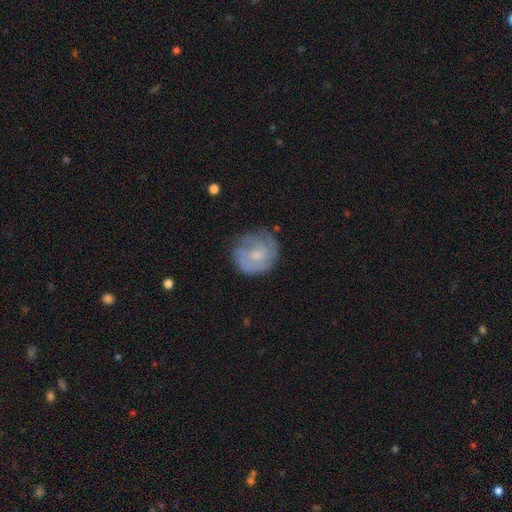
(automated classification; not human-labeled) Smooth or featured? Predicted: featured or disk (p=0.61). Edge-on disk? Predicted: no (p=0.98). Bar? Predicted: no (p=0.72). Spiral arms? Predicted: yes (p=0.82). Bulge size? Predicted: small (p=0.59). Merging? Predicted: none (p=0.69).